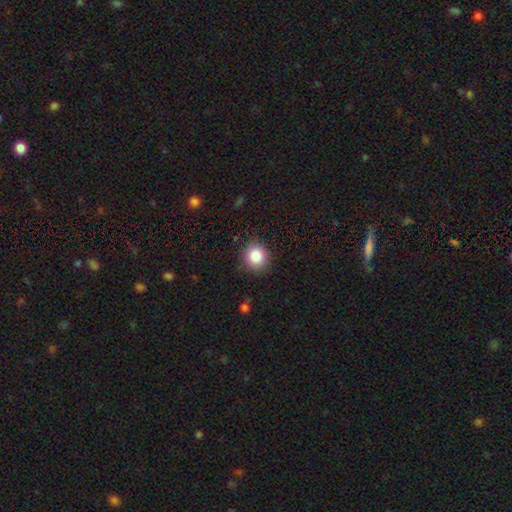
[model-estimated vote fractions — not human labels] Smooth or featured: smooth — 85% (star or artifact — 10%)
How rounded: round — 84% (in between — 15%)
Merging: none — 88% (minor disturbance — 9%)